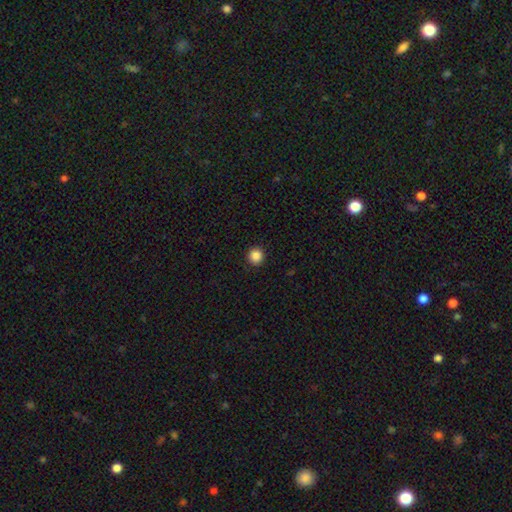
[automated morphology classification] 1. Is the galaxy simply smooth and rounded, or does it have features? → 87% smooth, 10% star or artifact, 3% featured or disk.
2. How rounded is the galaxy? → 95% round, 4% in between, 1% cigar-shaped.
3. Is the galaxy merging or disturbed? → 93% none, 4% minor disturbance, 2% major disturbance, 1% merger.